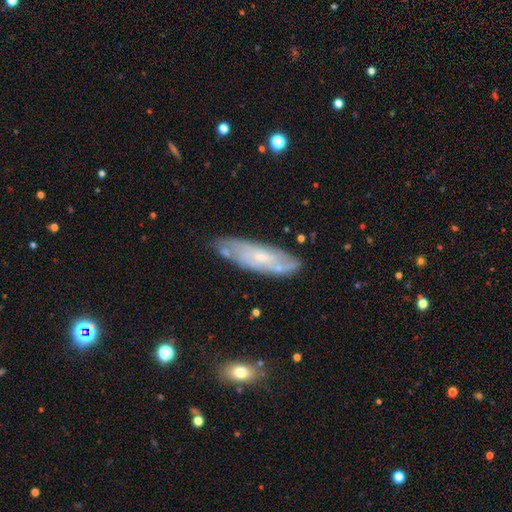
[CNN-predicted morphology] smooth_or_featured: featured or disk (p=0.68) [alt: smooth p=0.24]
disk_edge_on: no (p=0.75) [alt: yes p=0.25]
bar: no (p=0.71) [alt: weak p=0.24]
has_spiral_arms: yes (p=0.82) [alt: no p=0.18]
bulge_size: small (p=0.71) [alt: moderate p=0.22]
merging: none (p=0.76) [alt: minor disturbance p=0.17]